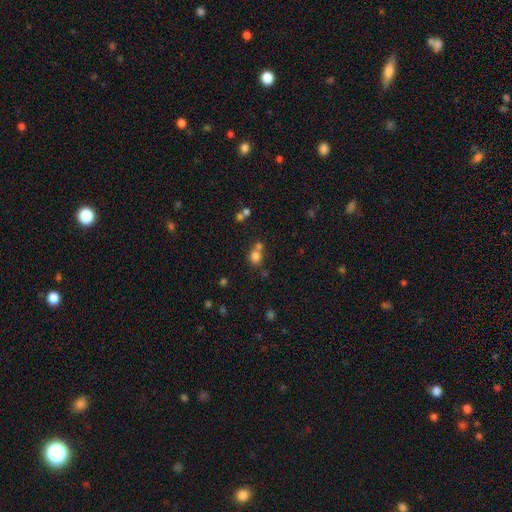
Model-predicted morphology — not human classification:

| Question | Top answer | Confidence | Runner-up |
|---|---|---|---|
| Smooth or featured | smooth | 77% | star or artifact (14%) |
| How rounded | round | 76% | in between (23%) |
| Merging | none | 49% | merger (38%) |